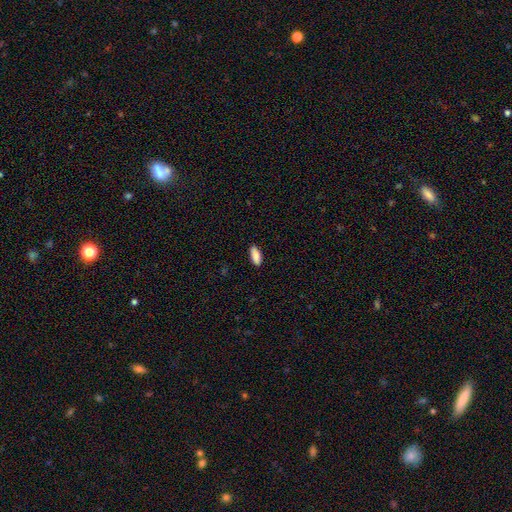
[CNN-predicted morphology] This is clearly a smooth galaxy (87%). How rounded: likely in between (76%). Merging: clearly none (88%).